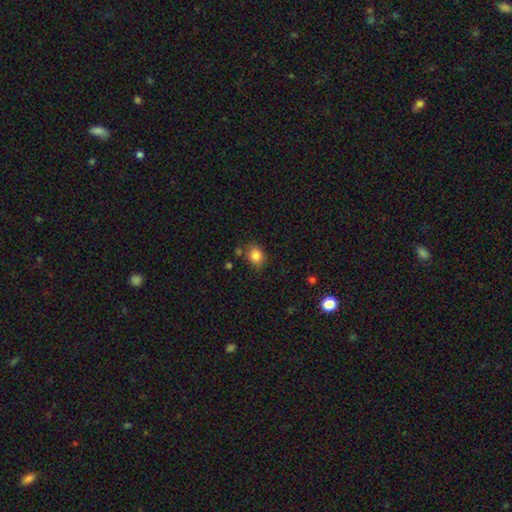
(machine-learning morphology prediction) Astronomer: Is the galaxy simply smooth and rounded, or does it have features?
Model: smooth — 84%.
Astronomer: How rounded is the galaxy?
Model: round — 59% (runner-up: in between, 40%).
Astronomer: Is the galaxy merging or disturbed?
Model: none — 73%.